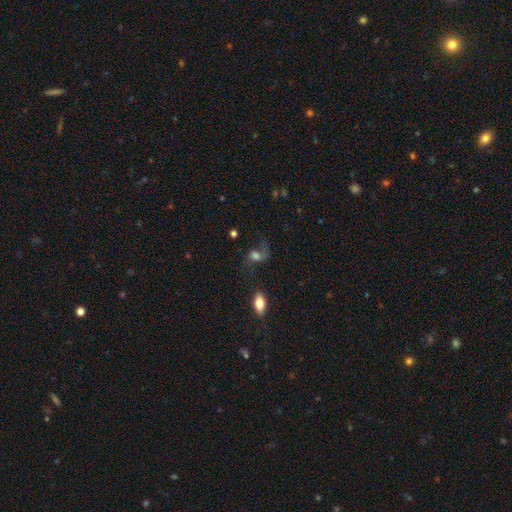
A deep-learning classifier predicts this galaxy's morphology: The model was most divided on "smooth or featured": featured or disk: 45%, smooth: 41%, star or artifact: 14%. Remaining: merging — none (44%).